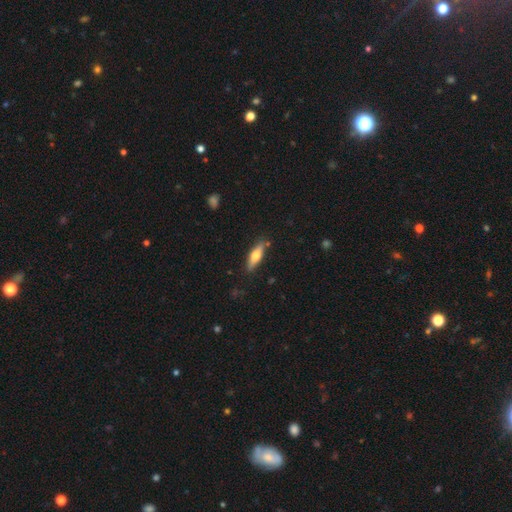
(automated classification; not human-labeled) Smooth or featured? smooth (49%)
Merging? none (85%)